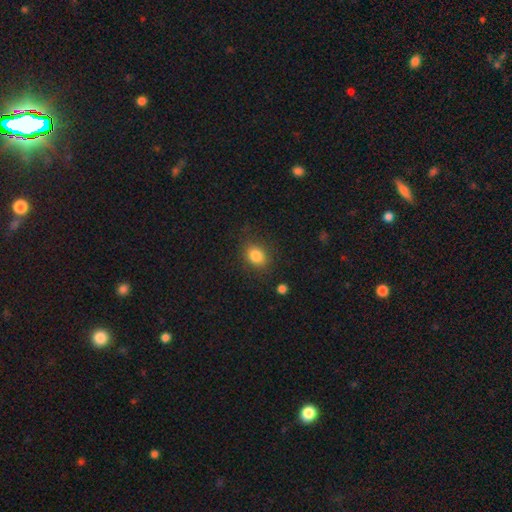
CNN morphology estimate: type=smooth (83%); roundness=in between (54%); merging=none (81%).